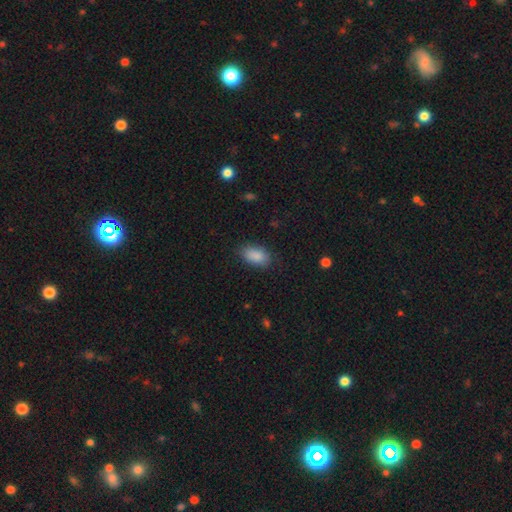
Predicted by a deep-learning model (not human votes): The model was most divided on "merging": none: 81%, minor disturbance: 14%, major disturbance: 4%, merger: 1%. More confident: how rounded — in between (92%); smooth or featured — smooth (88%).